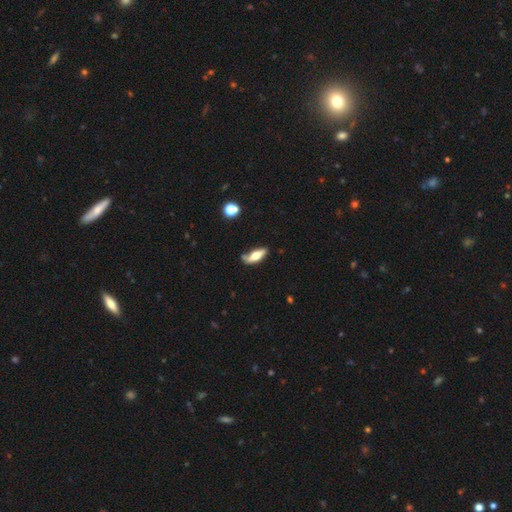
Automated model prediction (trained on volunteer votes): smooth_or_featured: smooth (p=0.51) [alt: featured or disk p=0.42]
how_rounded: in between (p=0.52) [alt: cigar-shaped p=0.45]
merging: none (p=0.59) [alt: minor disturbance p=0.25]